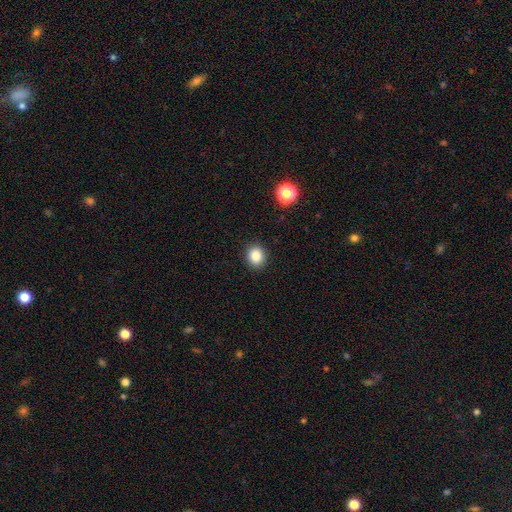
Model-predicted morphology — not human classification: smooth-or-featured: smooth: 85% | star or artifact: 10% | featured or disk: 4%
  how-rounded: round: 73% | in between: 26% | cigar-shaped: 1%
  merging: none: 91% | minor disturbance: 6% | major disturbance: 2% | merger: 1%